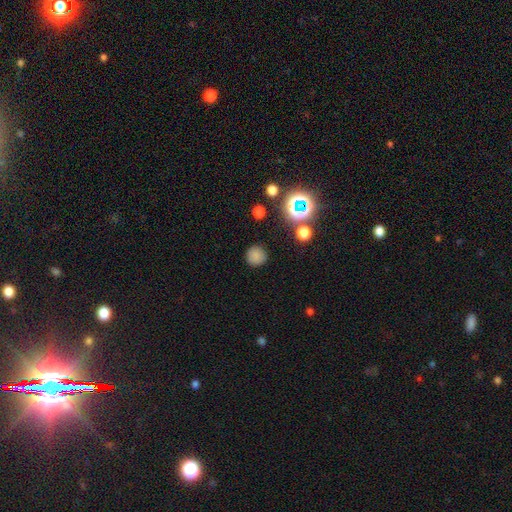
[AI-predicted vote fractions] Overall: smooth (76%). How rounded: round (93%). Merging: none (86%).